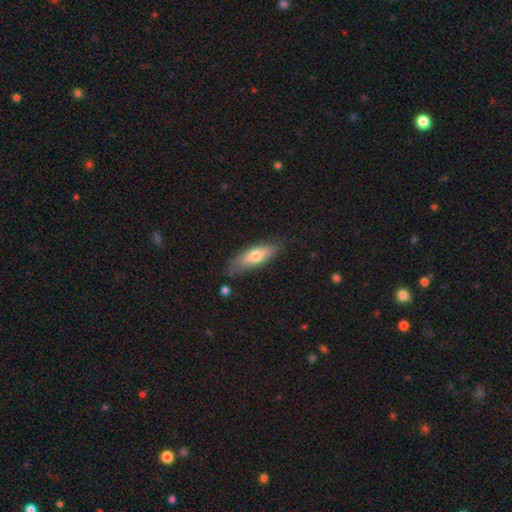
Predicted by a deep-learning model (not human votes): smooth 67%, featured or disk 27%, star or artifact 6%. Down the decision tree: how rounded — in between (53%); merging — none (73%).